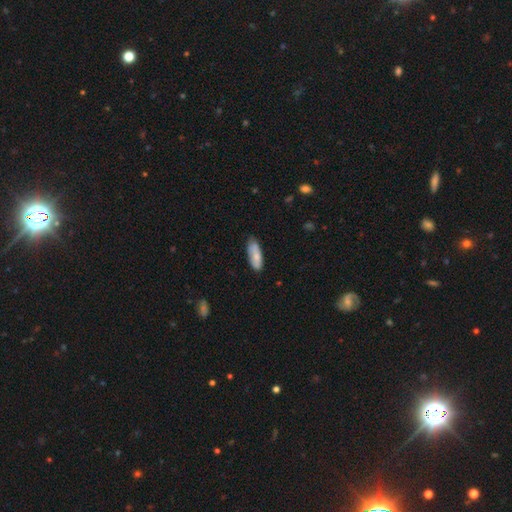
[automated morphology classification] type=smooth (74%); roundness=in between (68%); merging=none (72%).